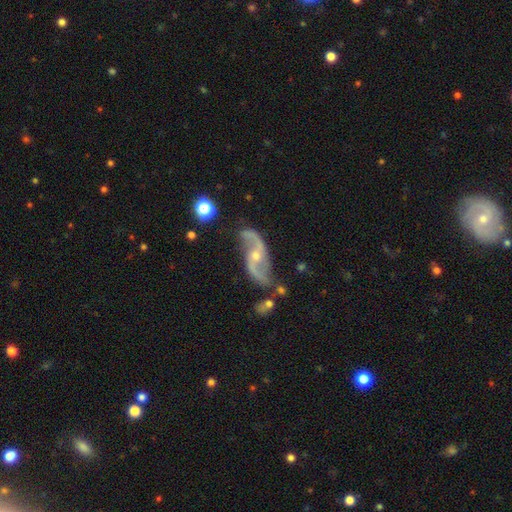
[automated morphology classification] This is clearly a featured or disk galaxy (90%). It is clearly not viewed edge-on (95%). Bar: possibly no (57%). Spiral arm pattern: clearly yes (97%). Spiral arm count: clearly 2 (93%). Spiral winding: likely loose (70%). Central bulge: possibly small (56%). Merging: likely none (68%).